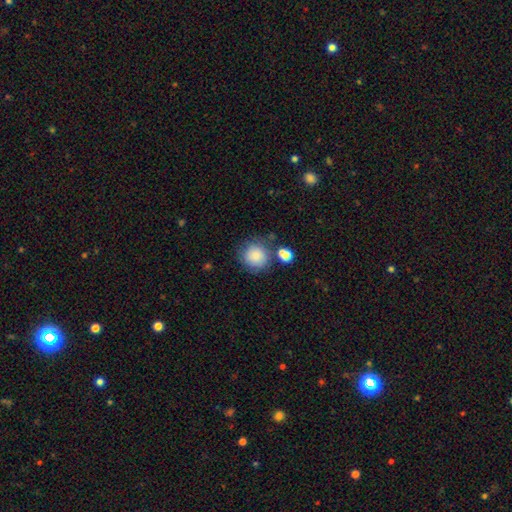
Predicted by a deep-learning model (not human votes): Smooth or featured: smooth — 84% (star or artifact — 9%)
How rounded: round — 91% (in between — 8%)
Merging: none — 70% (minor disturbance — 14%)